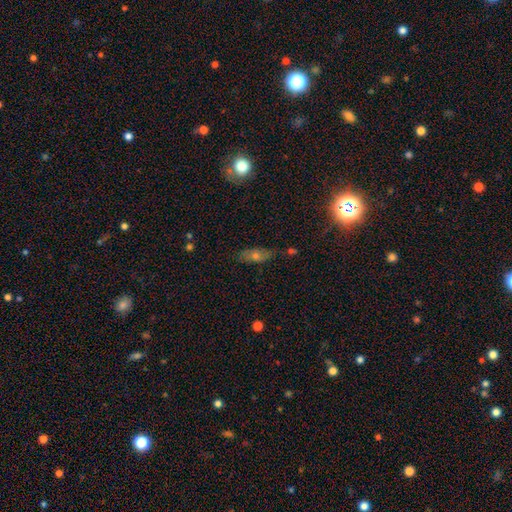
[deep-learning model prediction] The model was most divided on "smooth or featured": smooth: 41%, featured or disk: 34%, star or artifact: 25%. More confident: merging — none (70%).